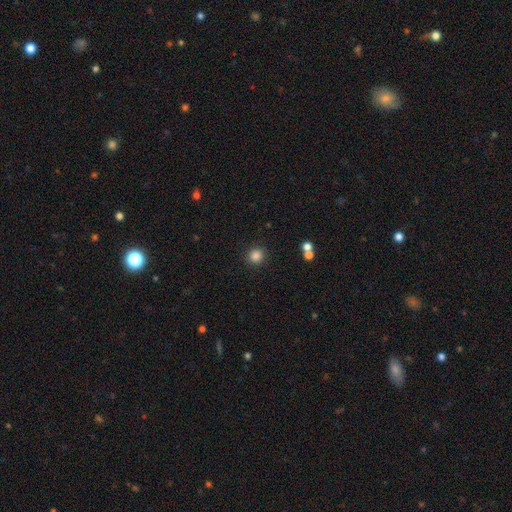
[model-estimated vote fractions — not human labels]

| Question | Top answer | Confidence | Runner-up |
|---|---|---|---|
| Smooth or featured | smooth | 85% | star or artifact (11%) |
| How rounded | round | 89% | in between (10%) |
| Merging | none | 88% | minor disturbance (6%) |